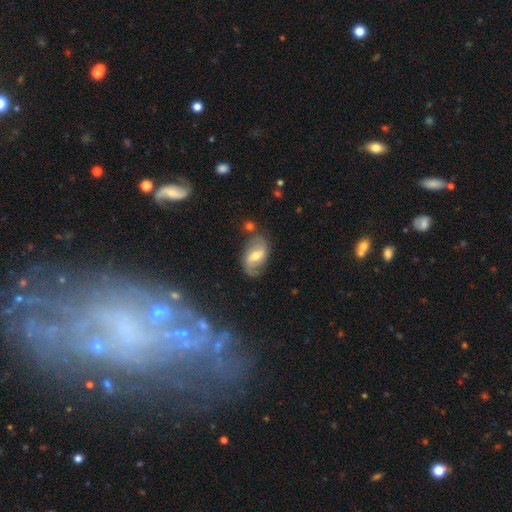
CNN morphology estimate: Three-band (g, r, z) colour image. It shows a featured or disk galaxy (72%) with a weak bar (52%), 2 (83%) medium (42%) spiral arms (88%) and a moderate central bulge (67%). Merging: none (69%).